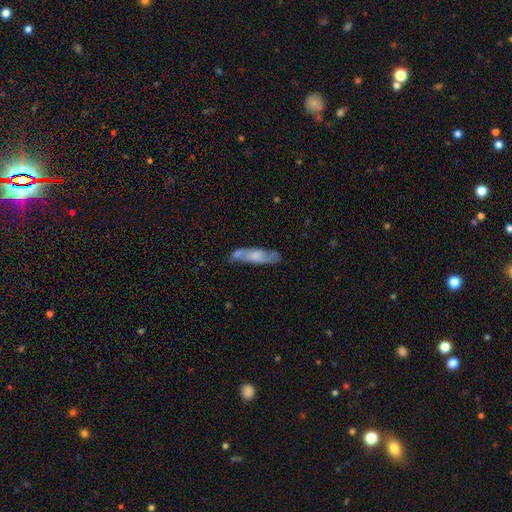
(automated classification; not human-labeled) Smooth or featured?
  - smooth: 54% *
  - featured or disk: 40%
  - star or artifact: 6%
How rounded?
  - cigar-shaped: 66% *
  - in between: 32%
  - round: 2%
Merging?
  - none: 58% *
  - minor disturbance: 22%
  - merger: 13%
  - major disturbance: 6%